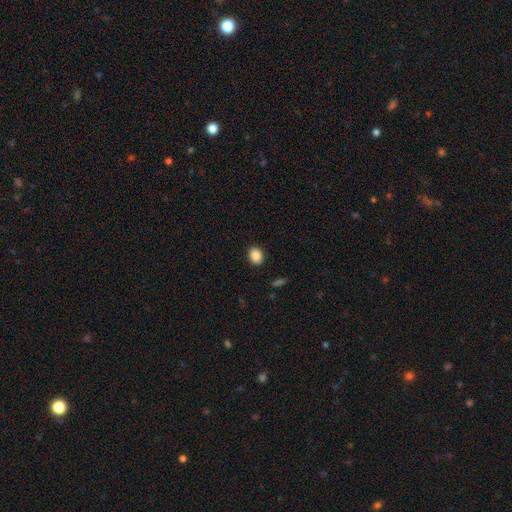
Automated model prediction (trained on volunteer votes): Smooth or featured? Predicted: smooth (p=0.88). How rounded? Predicted: round (p=0.51). Merging? Predicted: none (p=0.91).